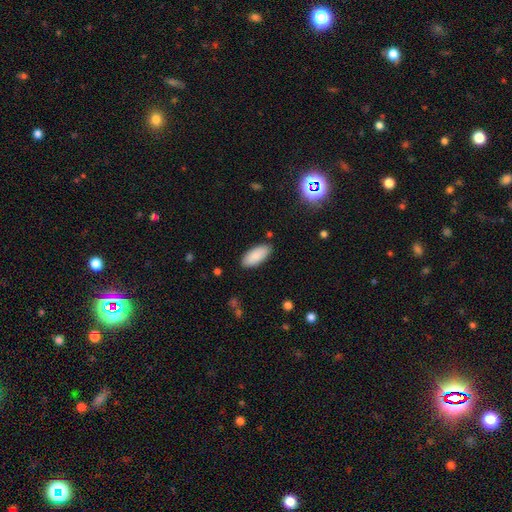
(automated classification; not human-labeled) A smooth galaxy with no disk features (87%) that is in between round and cigar-shaped (87%). Merging: none (87%).